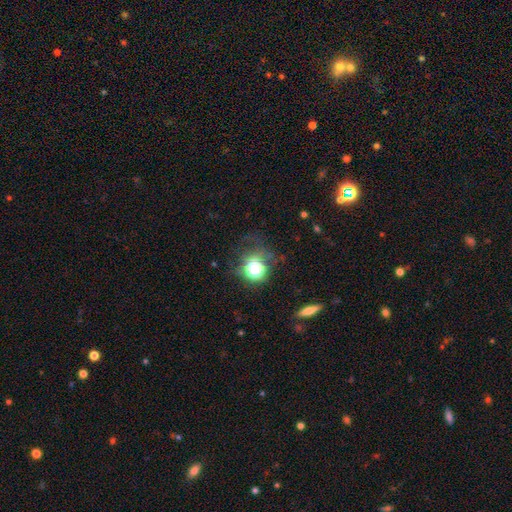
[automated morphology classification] A star or artifact, not a galaxy (50%).

Vote fractions:
- Smooth or featured? star or artifact: 50% / smooth: 36% / featured or disk: 14%